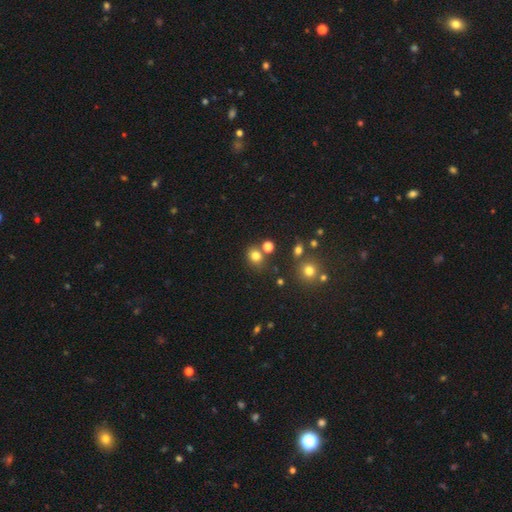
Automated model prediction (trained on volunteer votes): Morphology: type=smooth (77%); roundness=round (71%); merging=none (72%).